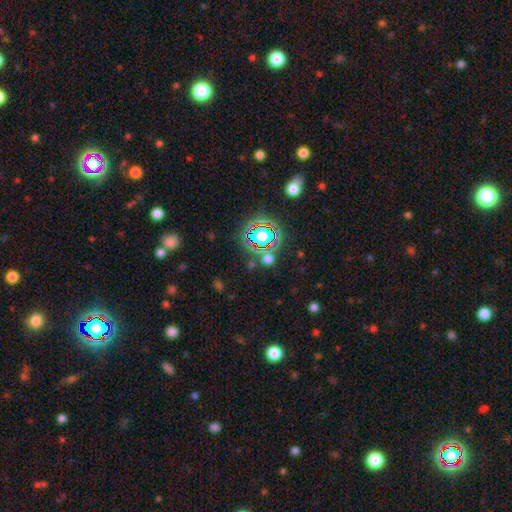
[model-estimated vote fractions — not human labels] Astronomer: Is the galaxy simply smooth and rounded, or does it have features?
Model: star or artifact — 78%.